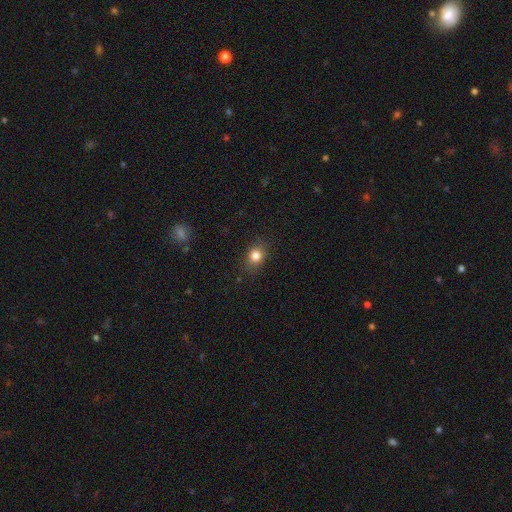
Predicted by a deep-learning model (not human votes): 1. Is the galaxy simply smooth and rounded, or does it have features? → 82% smooth, 11% star or artifact, 7% featured or disk.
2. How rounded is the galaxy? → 52% round, 47% in between, 2% cigar-shaped.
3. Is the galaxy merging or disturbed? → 82% none, 13% minor disturbance, 4% major disturbance, 1% merger.